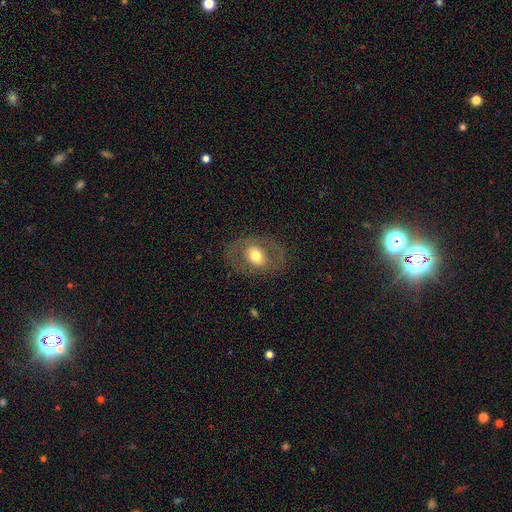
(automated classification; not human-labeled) This appears to be a smooth galaxy with no disk features (51%) that is in between round and cigar-shaped (63%). Merging: none (76%).